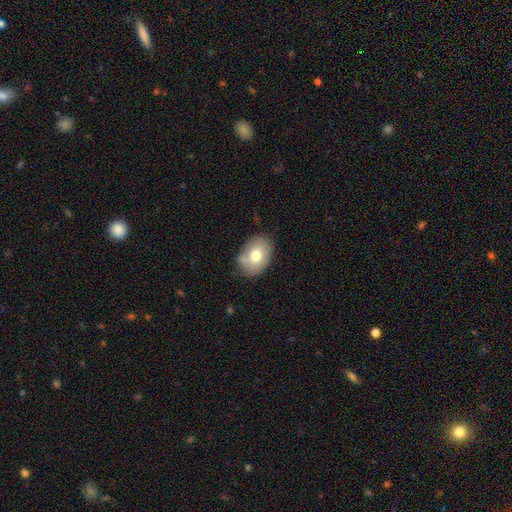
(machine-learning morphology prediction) type=smooth (74%); roundness=in between (77%); merging=none (72%).